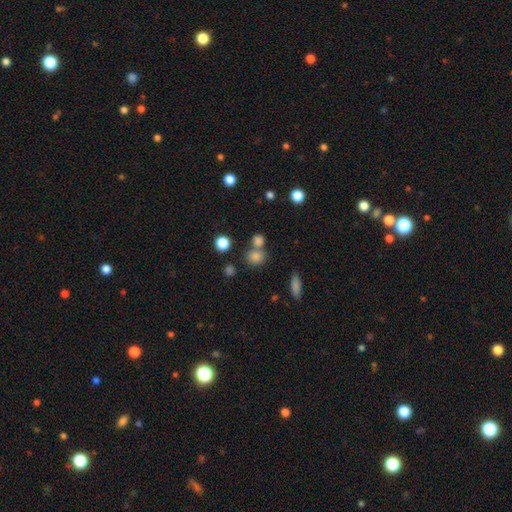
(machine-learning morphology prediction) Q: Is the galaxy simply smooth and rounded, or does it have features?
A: smooth — 80%.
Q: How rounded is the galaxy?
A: round — 75%.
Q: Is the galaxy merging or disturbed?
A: none — 55%.